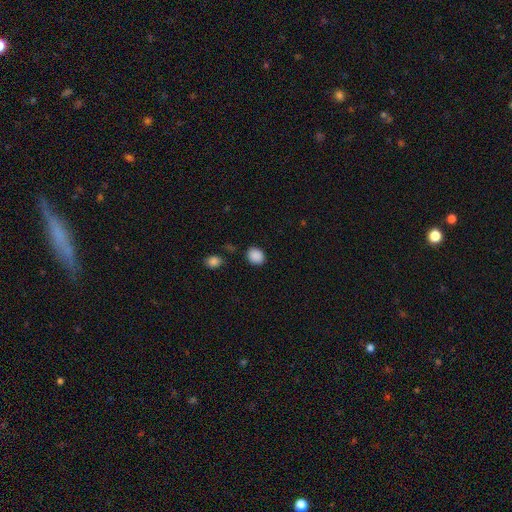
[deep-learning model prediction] A smooth galaxy with no disk features (88%) that is round (54%).

Vote fractions:
- Smooth or featured? smooth: 88% / star or artifact: 9% / featured or disk: 3%
- How rounded? round: 54% / in between: 45% / cigar-shaped: 1%
- Merging? none: 85% / minor disturbance: 9% / major disturbance: 3% / merger: 3%